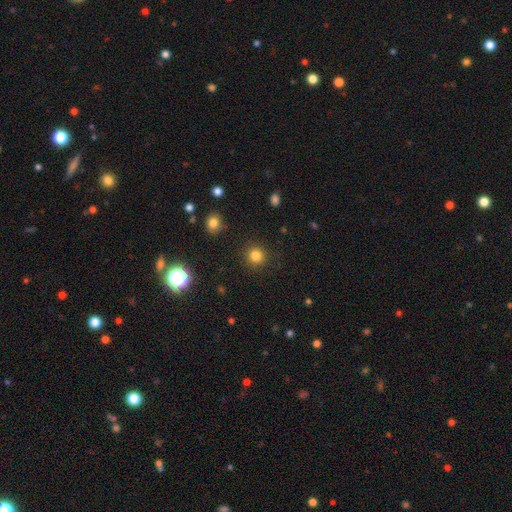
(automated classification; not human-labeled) This is clearly a smooth galaxy (82%). How rounded: clearly round (93%). Merging: clearly none (91%).